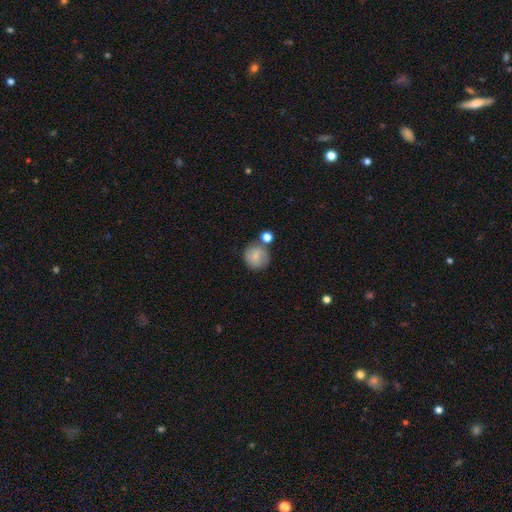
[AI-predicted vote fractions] smooth 75%, featured or disk 17%, star or artifact 8%. Down the decision tree: how rounded — round (90%); merging — none (62%).